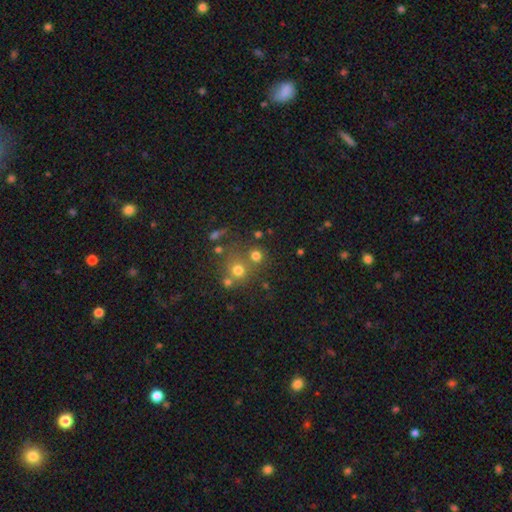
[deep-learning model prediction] Morphology: type=smooth (70%); roundness=round (87%); merging=none (63%).